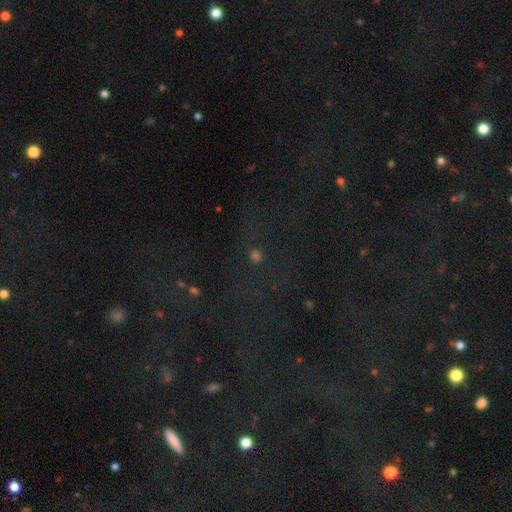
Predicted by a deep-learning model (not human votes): Overall: star or artifact (49%; smooth 42%).